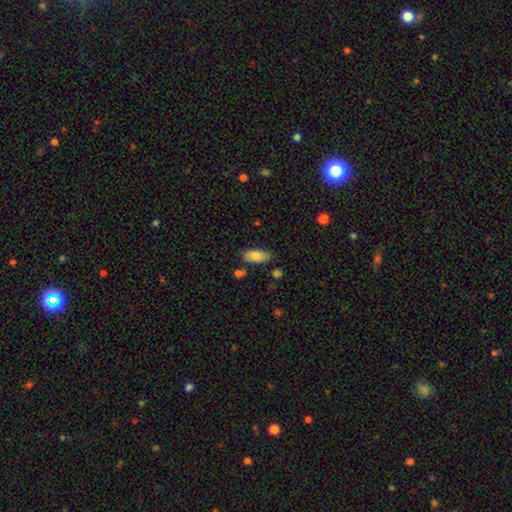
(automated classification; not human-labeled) smooth 82%, featured or disk 11%, star or artifact 7%. Down the decision tree: how rounded — in between (86%); merging — none (77%).